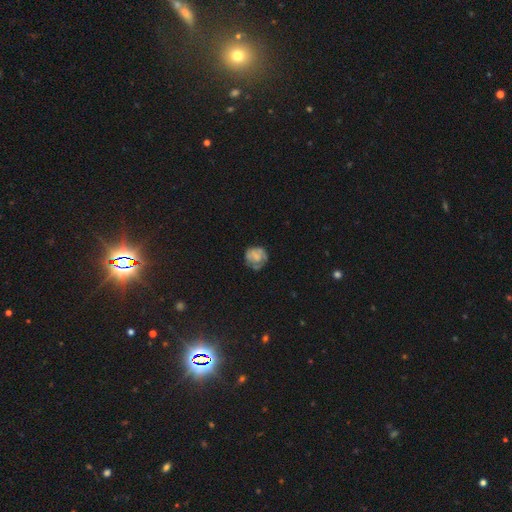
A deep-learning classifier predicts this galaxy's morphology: smooth-or-featured: smooth: 46% | featured or disk: 43% | star or artifact: 11%
  merging: none: 61% | minor disturbance: 24% | major disturbance: 13% | merger: 2%